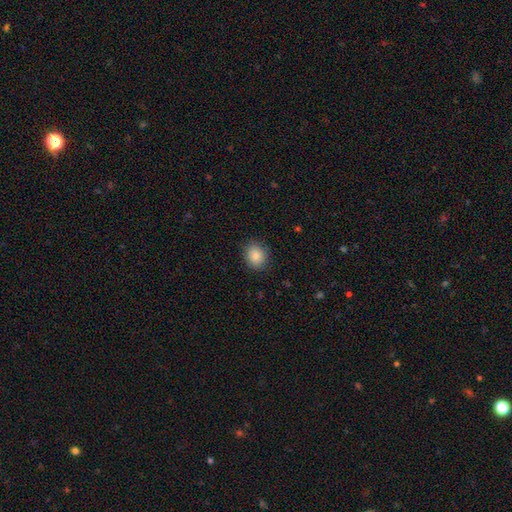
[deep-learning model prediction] A smooth galaxy with no disk features (85%) that is round (74%).

Vote fractions:
- Smooth or featured? smooth: 85% / star or artifact: 9% / featured or disk: 6%
- How rounded? round: 74% / in between: 25% / cigar-shaped: 1%
- Merging? none: 88% / minor disturbance: 9% / major disturbance: 2% / merger: 1%